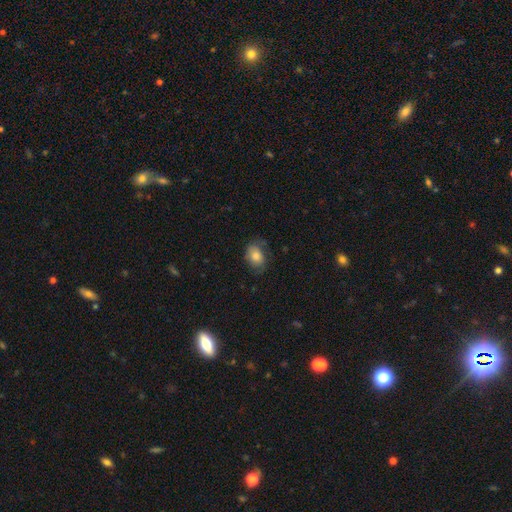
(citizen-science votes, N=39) This appears to be a smooth galaxy with no disk features (64%) that is in between round and cigar-shaped (84%). Merging: none (65%).